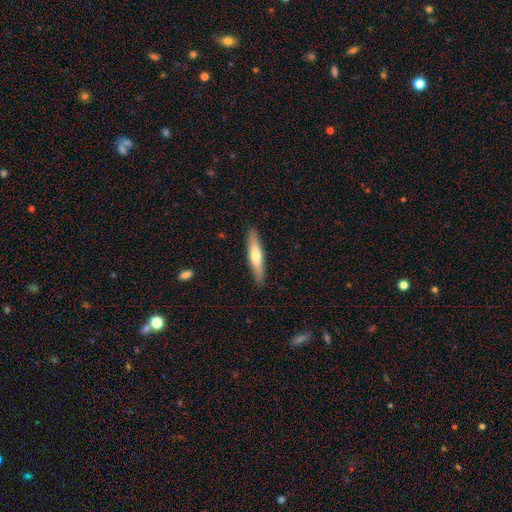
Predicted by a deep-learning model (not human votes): smooth 57%, featured or disk 37%, star or artifact 5%. Down the decision tree: how rounded — cigar-shaped (84%); merging — none (89%).